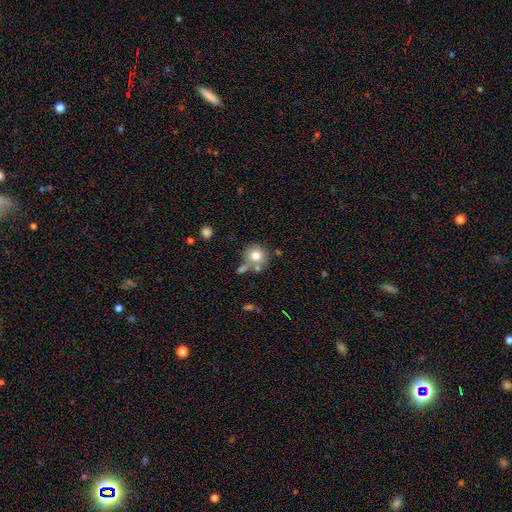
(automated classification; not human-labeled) Smooth or featured?
  - smooth: 77% *
  - featured or disk: 12%
  - star or artifact: 11%
How rounded?
  - round: 89% *
  - in between: 10%
  - cigar-shaped: 1%
Merging?
  - none: 62% *
  - merger: 20%
  - minor disturbance: 13%
  - major disturbance: 5%